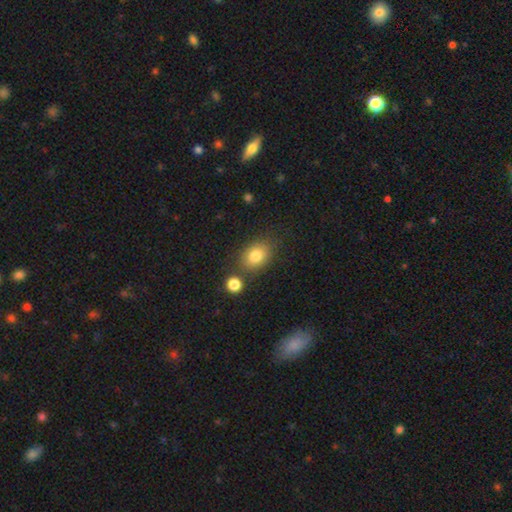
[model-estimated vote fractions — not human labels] The model was most divided on "how rounded": in between: 68%, round: 31%, cigar-shaped: 1%. More confident: smooth or featured — smooth (82%); merging — none (72%).